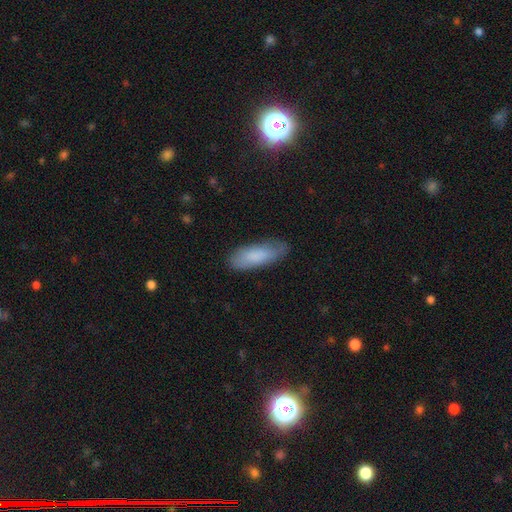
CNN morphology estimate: A smooth galaxy with no disk features (81%) that is in between round and cigar-shaped (64%).

Vote fractions:
- Smooth or featured? smooth: 81% / featured or disk: 12% / star or artifact: 6%
- How rounded? in between: 64% / cigar-shaped: 35% / round: 2%
- Merging? none: 75% / minor disturbance: 19% / major disturbance: 4% / merger: 1%